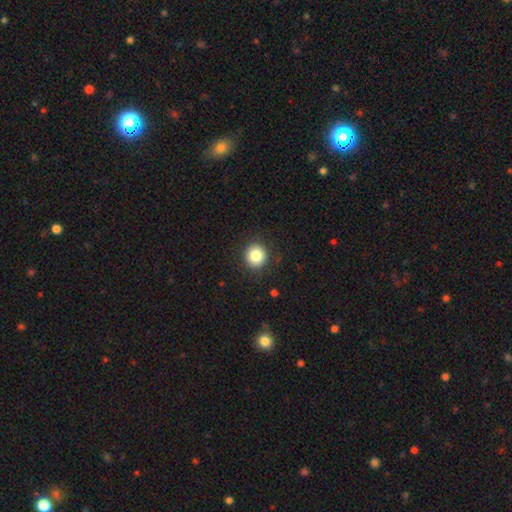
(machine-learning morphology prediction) The model was most divided on "smooth or featured": smooth: 83%, star or artifact: 10%, featured or disk: 7%. More confident: how rounded — round (90%); merging — none (90%).